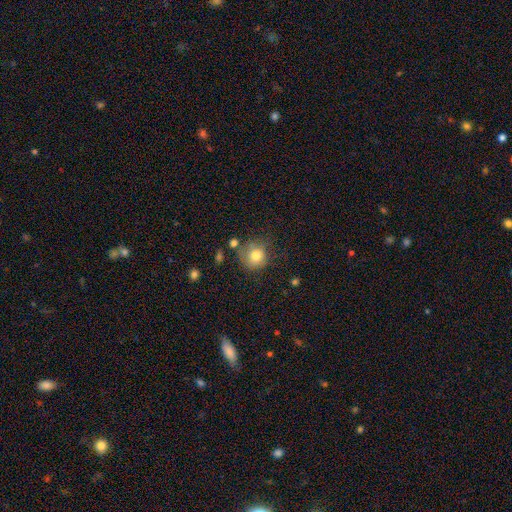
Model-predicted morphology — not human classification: Q: Smooth or featured?
A: smooth (79%); runner-up: featured or disk (11%)
Q: How rounded?
A: round (86%); runner-up: in between (13%)
Q: Merging?
A: none (61%); runner-up: minor disturbance (23%)